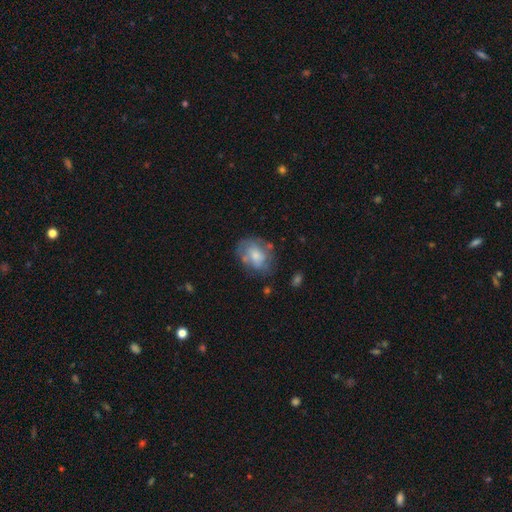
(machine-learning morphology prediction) The model was most divided on "smooth or featured": smooth: 54%, featured or disk: 38%, star or artifact: 8%. More confident: how rounded — in between (64%); merging — none (56%).